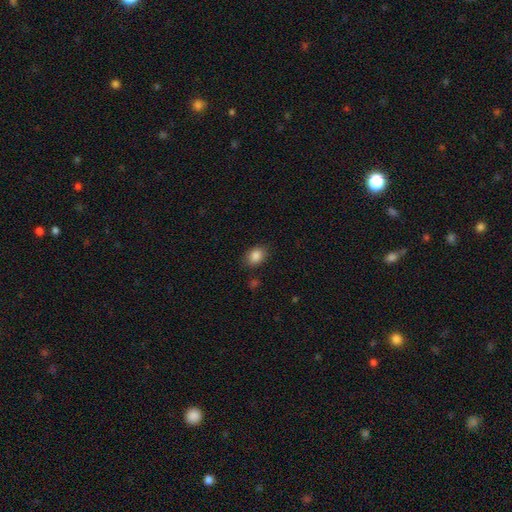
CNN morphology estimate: A smooth galaxy with no disk features (86%) that is in between round and cigar-shaped (66%).

Vote fractions:
- Smooth or featured? smooth: 86% / star or artifact: 9% / featured or disk: 5%
- How rounded? in between: 66% / round: 33% / cigar-shaped: 1%
- Merging? none: 84% / minor disturbance: 11% / major disturbance: 3% / merger: 2%